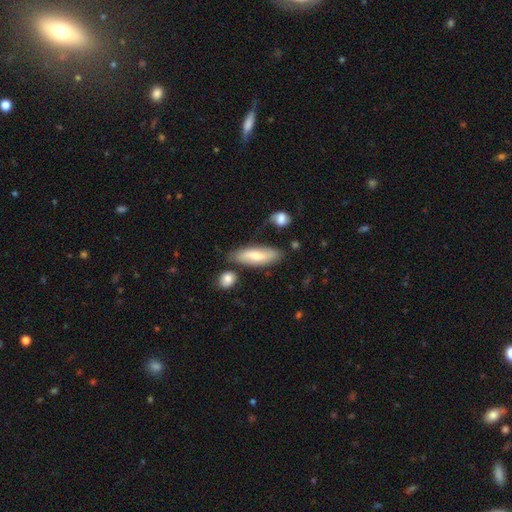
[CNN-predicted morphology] smooth-or-featured: smooth: 61% | featured or disk: 33% | star or artifact: 6%
  how-rounded: in between: 59% | cigar-shaped: 39% | round: 2%
  merging: none: 71% | minor disturbance: 17% | merger: 8% | major disturbance: 4%